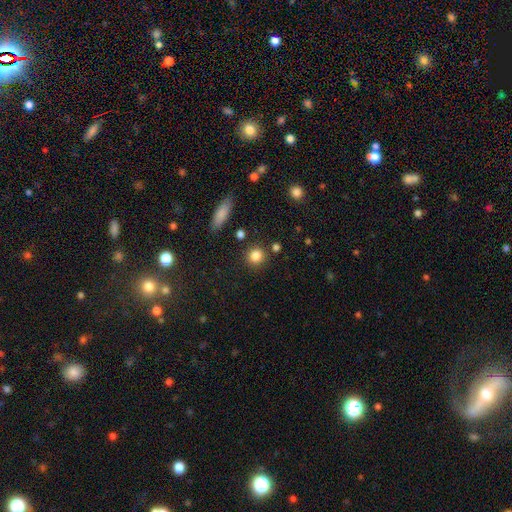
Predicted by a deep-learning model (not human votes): Smooth or featured? smooth (84%)
How rounded? round (89%)
Merging? none (86%)